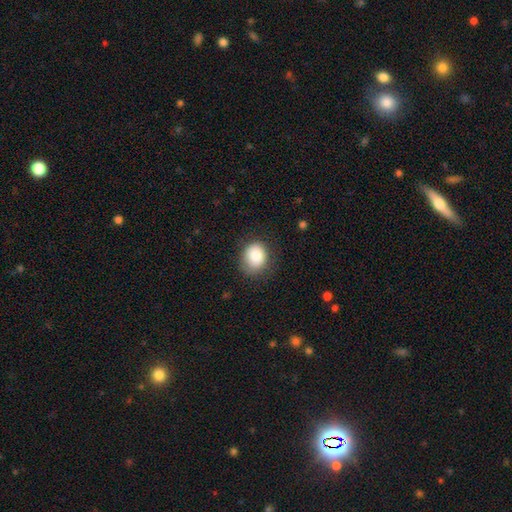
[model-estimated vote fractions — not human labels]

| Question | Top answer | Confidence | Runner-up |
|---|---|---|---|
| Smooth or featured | smooth | 85% | star or artifact (8%) |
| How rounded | round | 60% | in between (39%) |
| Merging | none | 76% | minor disturbance (18%) |